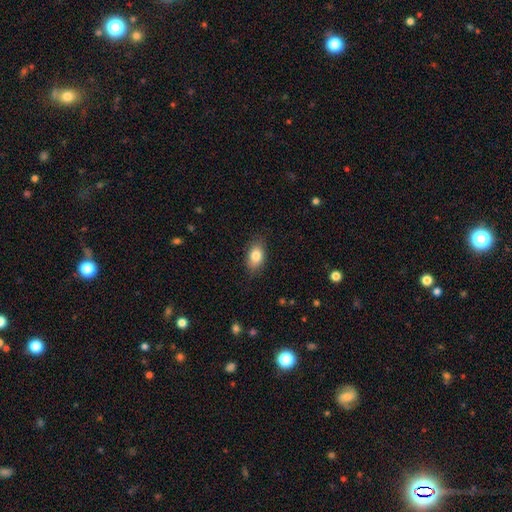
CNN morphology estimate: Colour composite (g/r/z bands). It shows a smooth galaxy with no disk features (82%) that is in between round and cigar-shaped (86%). Merging: none (82%).